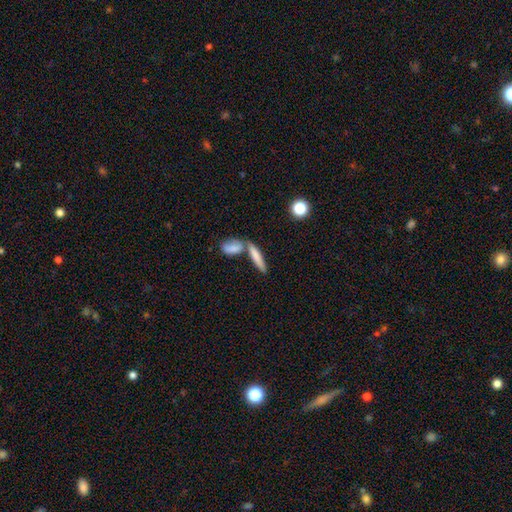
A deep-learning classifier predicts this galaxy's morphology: Smooth or featured?
  - smooth: 73% *
  - featured or disk: 19%
  - star or artifact: 7%
How rounded?
  - cigar-shaped: 73% *
  - in between: 23%
  - round: 3%
Merging?
  - none: 52% *
  - merger: 35%
  - minor disturbance: 10%
  - major disturbance: 4%